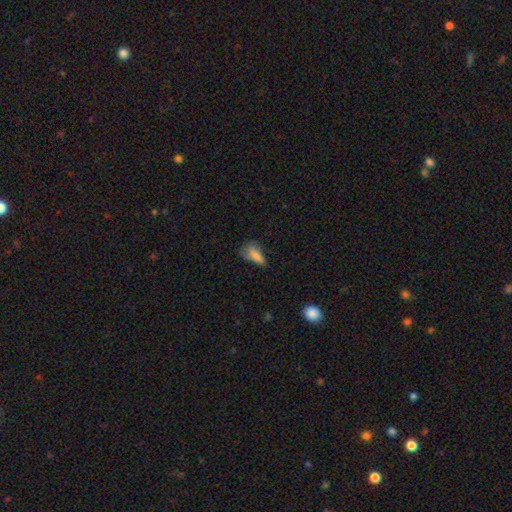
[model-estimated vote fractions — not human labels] Overall: smooth (75%). How rounded: in between (72%). Merging: none (40%; minor disturbance 36%).